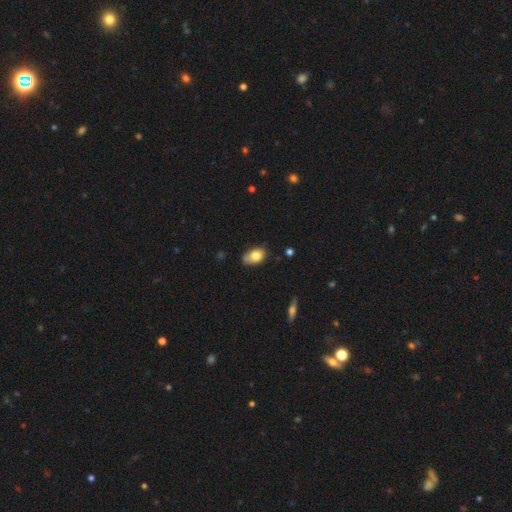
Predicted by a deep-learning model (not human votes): Smooth or featured? Predicted: smooth (p=0.78). How rounded? Predicted: in between (p=0.84). Merging? Predicted: none (p=0.55).